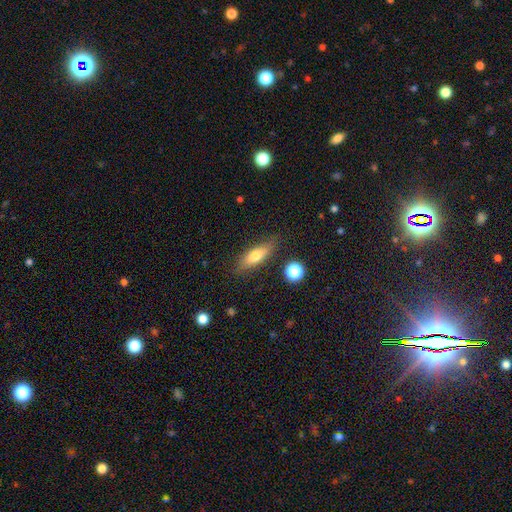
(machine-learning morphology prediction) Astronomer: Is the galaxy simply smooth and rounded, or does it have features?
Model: smooth — 66%.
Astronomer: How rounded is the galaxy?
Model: in between — 50% (runner-up: cigar-shaped, 47%).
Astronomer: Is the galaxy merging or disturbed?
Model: none — 81%.